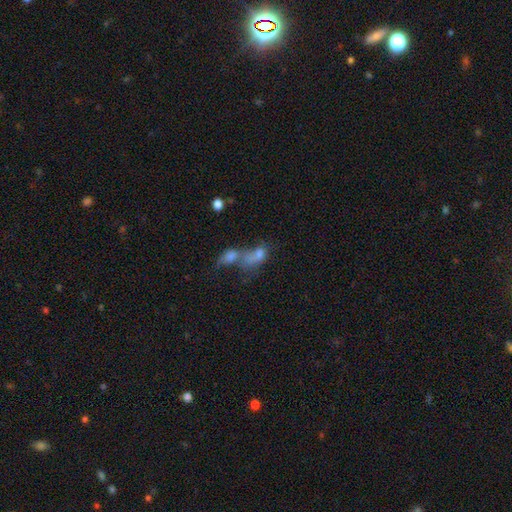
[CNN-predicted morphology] Smooth or featured: smooth — 59% (featured or disk — 26%)
How rounded: in between — 70% (round — 23%)
Merging: merger — 69% (none — 13%)